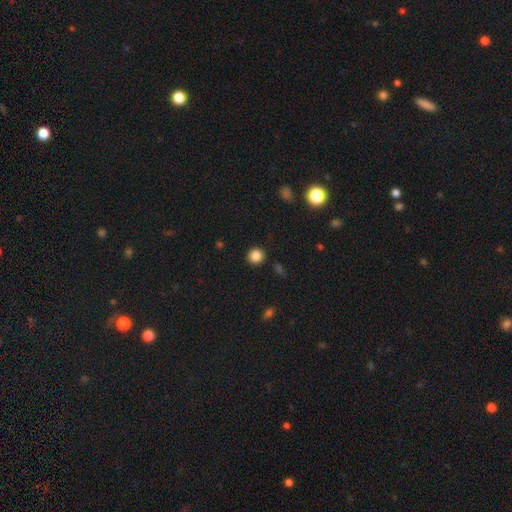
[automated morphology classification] The model was most divided on "smooth or featured": smooth: 85%, star or artifact: 11%, featured or disk: 4%. More confident: how rounded — round (92%); merging — none (91%).